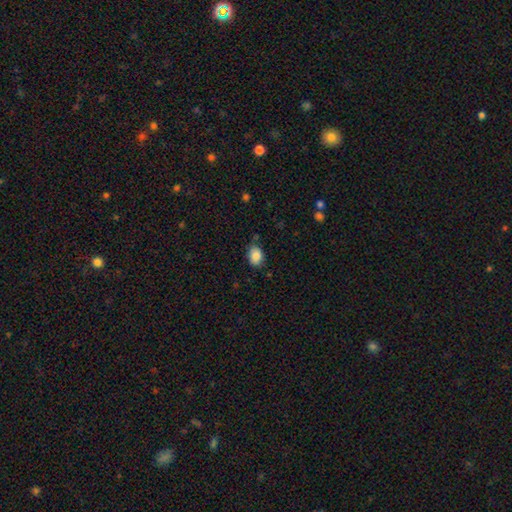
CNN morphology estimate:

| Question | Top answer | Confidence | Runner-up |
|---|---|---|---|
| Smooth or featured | smooth | 87% | star or artifact (8%) |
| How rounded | in between | 74% | round (25%) |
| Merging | none | 73% | minor disturbance (21%) |